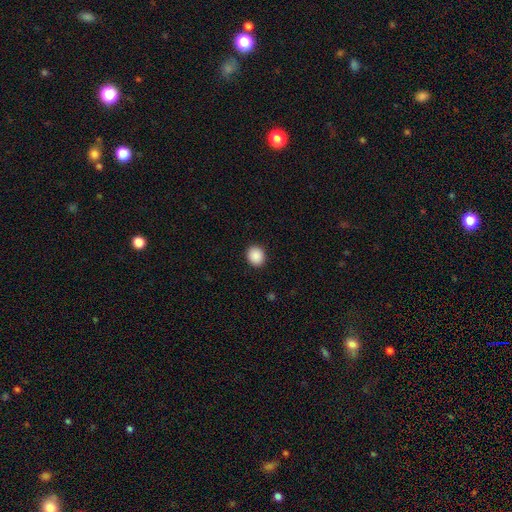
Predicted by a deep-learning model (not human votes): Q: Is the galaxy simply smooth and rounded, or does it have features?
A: smooth — 90%.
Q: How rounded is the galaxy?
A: round — 75%.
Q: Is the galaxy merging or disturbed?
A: none — 91%.